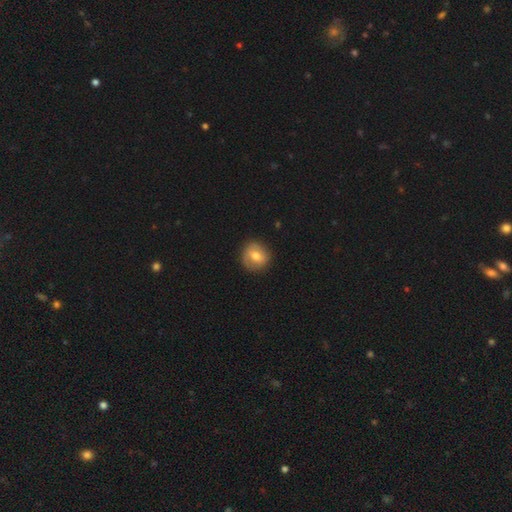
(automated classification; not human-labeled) Smooth or featured: smooth — 61% (featured or disk — 31%)
How rounded: round — 86% (in between — 13%)
Merging: none — 83% (minor disturbance — 12%)